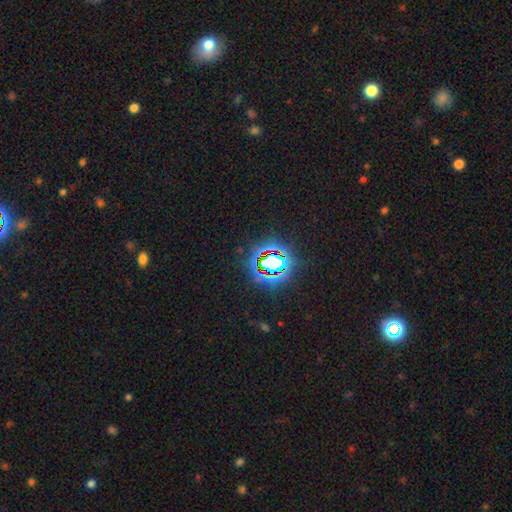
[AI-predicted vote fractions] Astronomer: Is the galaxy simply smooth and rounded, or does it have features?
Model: star or artifact — 80%.